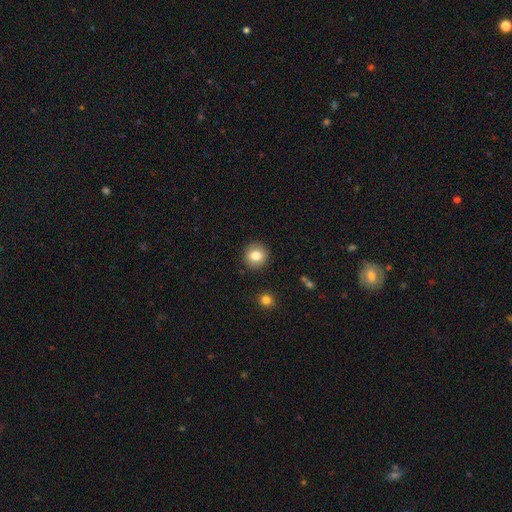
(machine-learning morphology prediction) A smooth galaxy with no disk features (80%) that is round (90%).

Vote fractions:
- Smooth or featured? smooth: 80% / featured or disk: 10% / star or artifact: 10%
- How rounded? round: 90% / in between: 9% / cigar-shaped: 1%
- Merging? none: 91% / minor disturbance: 6% / major disturbance: 2% / merger: 1%